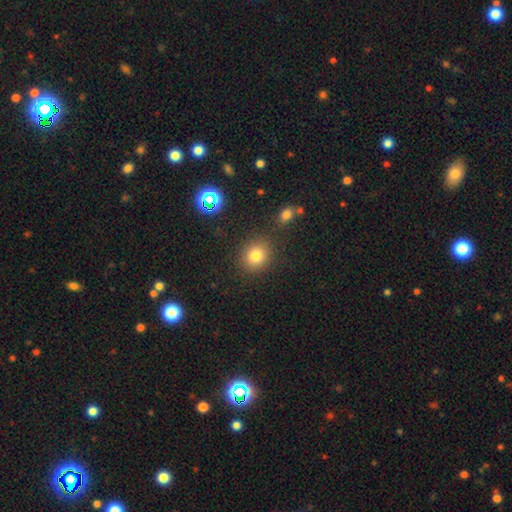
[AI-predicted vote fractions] This is likely a smooth galaxy (78%). How rounded: likely round (75%). Merging: clearly none (84%).